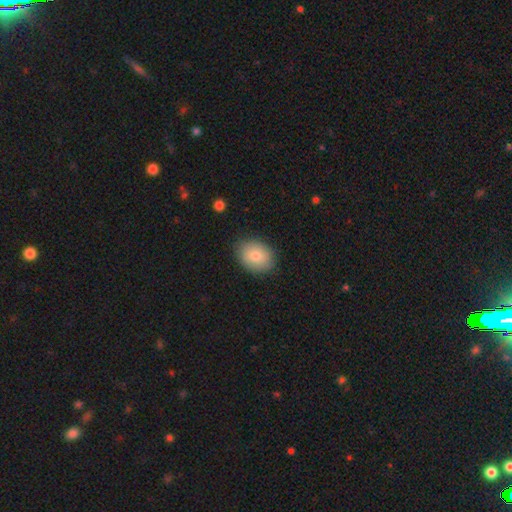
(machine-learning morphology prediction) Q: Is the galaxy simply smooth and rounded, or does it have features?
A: smooth — 81%.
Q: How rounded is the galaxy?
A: in between — 66%.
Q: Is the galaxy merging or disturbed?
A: none — 84%.